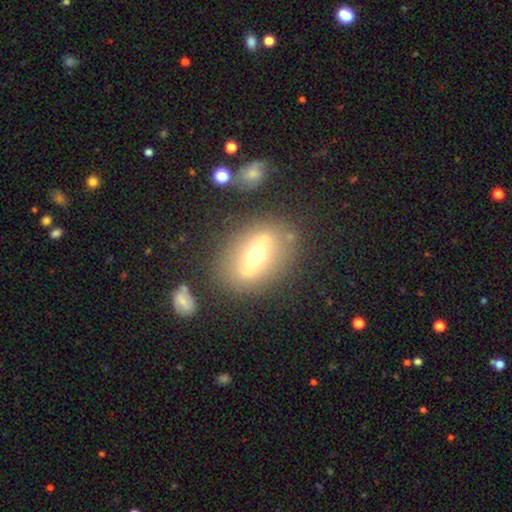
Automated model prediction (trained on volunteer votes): Smooth or featured? Predicted: featured or disk (p=0.51). Edge-on disk? Predicted: no (p=0.75). Merging? Predicted: none (p=0.77).